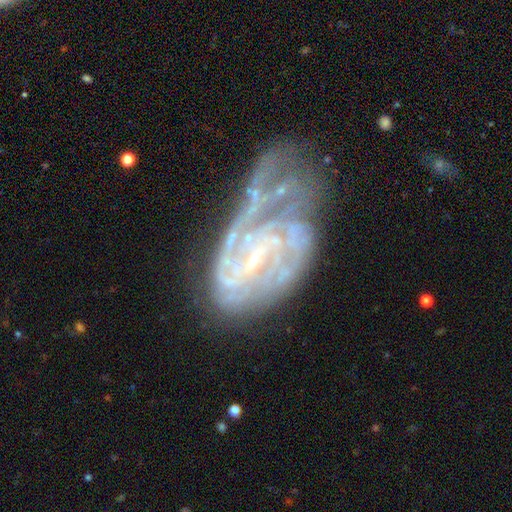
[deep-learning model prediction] smooth_or_featured: featured or disk (p=0.84) [alt: smooth p=0.08]
disk_edge_on: no (p=0.97) [alt: yes p=0.03]
bar: weak (p=0.44) [alt: no p=0.37]
has_spiral_arms: yes (p=0.88) [alt: no p=0.12]
spiral_winding: tight (p=0.51) [alt: medium p=0.35]
spiral_arm_count: can't tell (p=0.37) [alt: 2 p=0.28]
bulge_size: small (p=0.75) [alt: none p=0.12]
merging: major disturbance (p=0.37) [alt: none p=0.28]